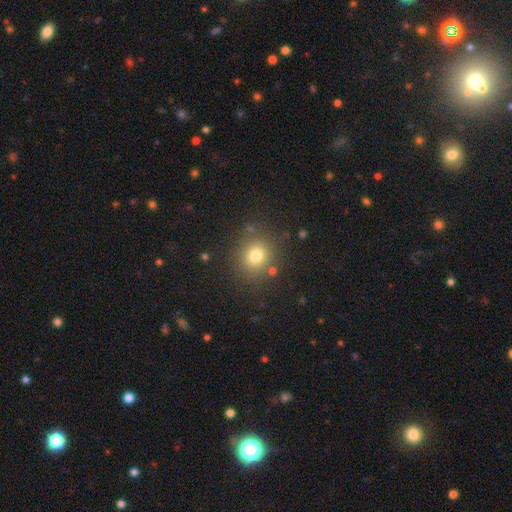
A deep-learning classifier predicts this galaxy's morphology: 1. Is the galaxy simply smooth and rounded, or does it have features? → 75% smooth, 16% star or artifact, 10% featured or disk.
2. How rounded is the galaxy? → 83% round, 16% in between, 1% cigar-shaped.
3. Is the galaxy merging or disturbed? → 83% none, 9% minor disturbance, 4% major disturbance, 4% merger.